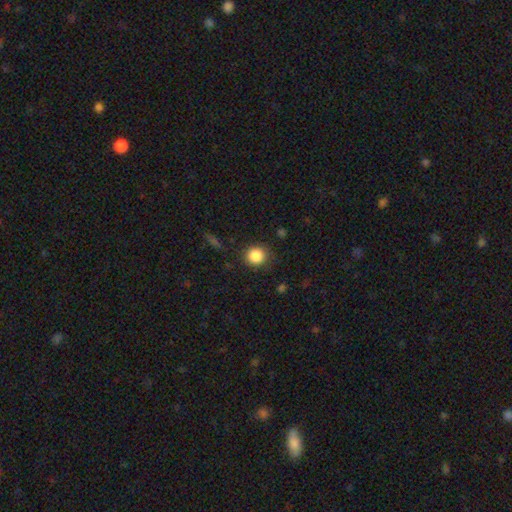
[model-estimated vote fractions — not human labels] This appears to be a smooth galaxy with no disk features (86%) that is round (89%). Merging: none (84%).